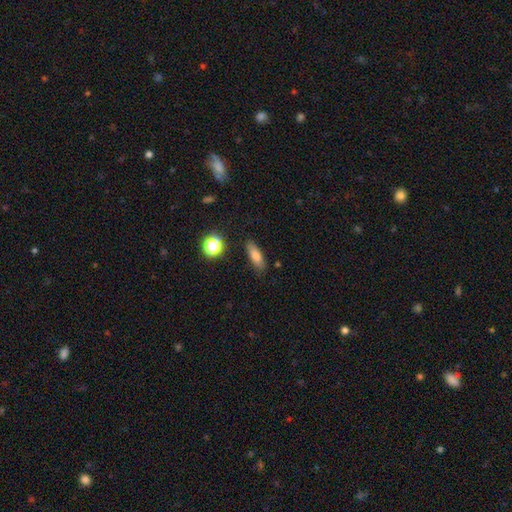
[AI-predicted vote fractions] This is likely a smooth galaxy (77%). How rounded: possibly in between (58%). Merging: clearly none (83%).